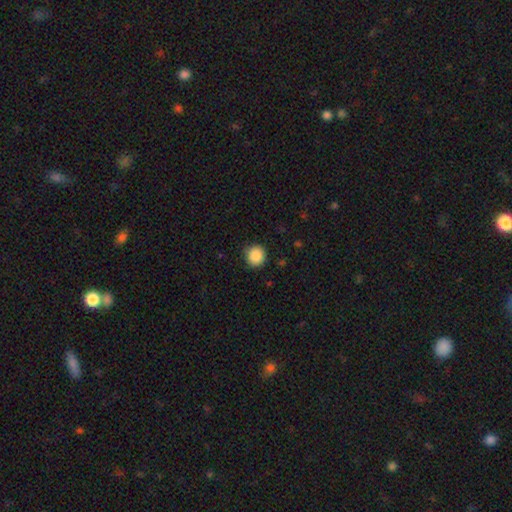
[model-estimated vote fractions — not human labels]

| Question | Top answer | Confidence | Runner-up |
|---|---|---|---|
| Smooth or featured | smooth | 88% | star or artifact (9%) |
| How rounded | round | 92% | in between (7%) |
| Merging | none | 89% | minor disturbance (8%) |